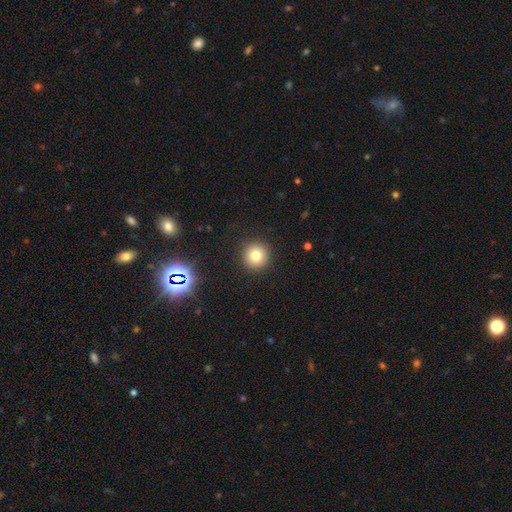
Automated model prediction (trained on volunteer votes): smooth-or-featured: smooth: 79% | star or artifact: 13% | featured or disk: 8%
  how-rounded: round: 95% | in between: 5% | cigar-shaped: 1%
  merging: none: 92% | minor disturbance: 5% | major disturbance: 2% | merger: 1%